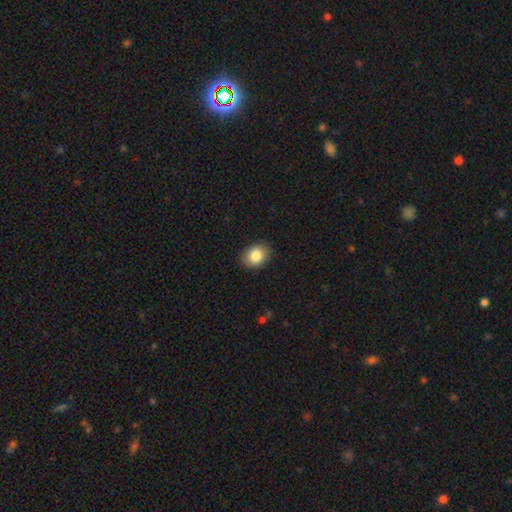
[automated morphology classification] Smooth or featured: smooth — 85% (star or artifact — 8%)
How rounded: in between — 58% (round — 41%)
Merging: none — 88% (minor disturbance — 9%)